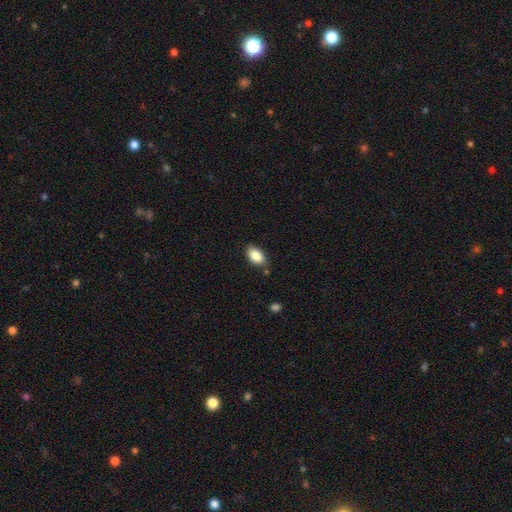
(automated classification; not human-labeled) smooth 87%, star or artifact 7%, featured or disk 5%. Down the decision tree: how rounded — in between (92%); merging — none (82%).